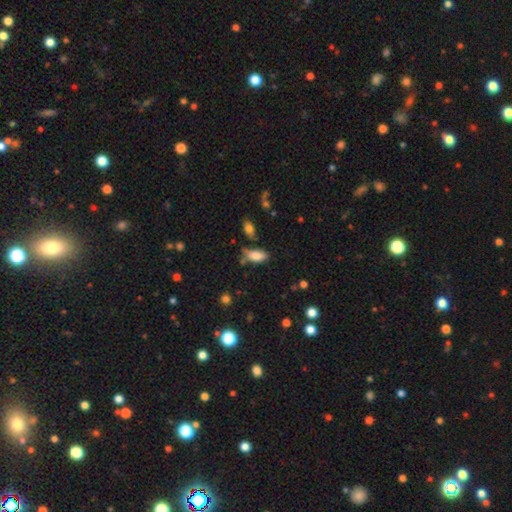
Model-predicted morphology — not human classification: smooth 82%, featured or disk 9%, star or artifact 9%. Down the decision tree: how rounded — in between (90%); merging — none (58%).